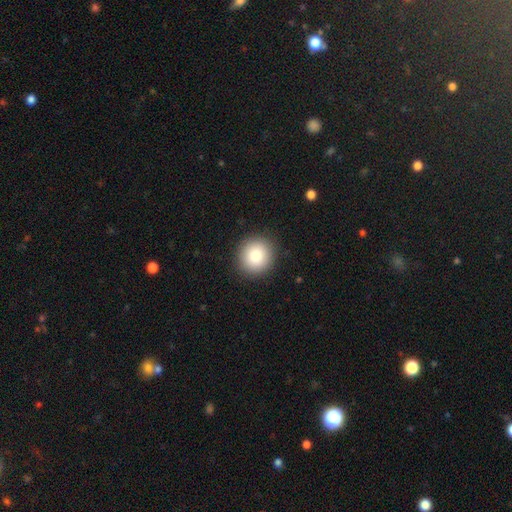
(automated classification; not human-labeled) A smooth galaxy with no disk features (86%) that is round (91%). Merging: none (91%).